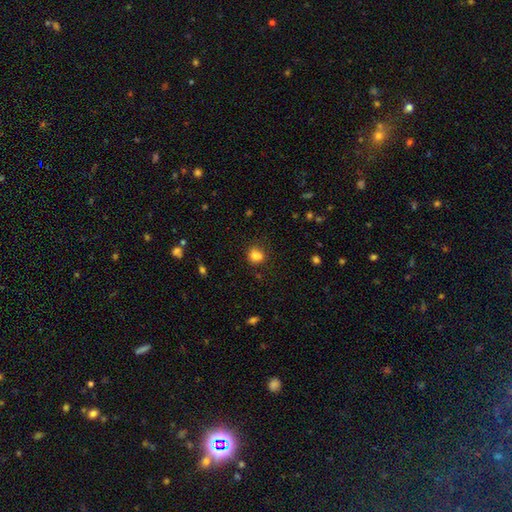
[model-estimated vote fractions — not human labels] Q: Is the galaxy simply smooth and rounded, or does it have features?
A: smooth — 81%.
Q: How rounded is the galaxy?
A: round — 69%.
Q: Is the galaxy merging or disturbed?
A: none — 64%.